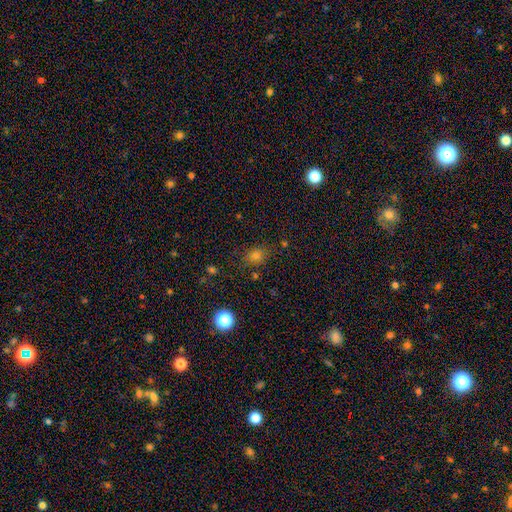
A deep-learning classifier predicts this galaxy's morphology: smooth_or_featured: smooth (p=0.70) [alt: star or artifact p=0.23]
how_rounded: round (p=0.51) [alt: in between p=0.47]
merging: none (p=0.79) [alt: minor disturbance p=0.13]